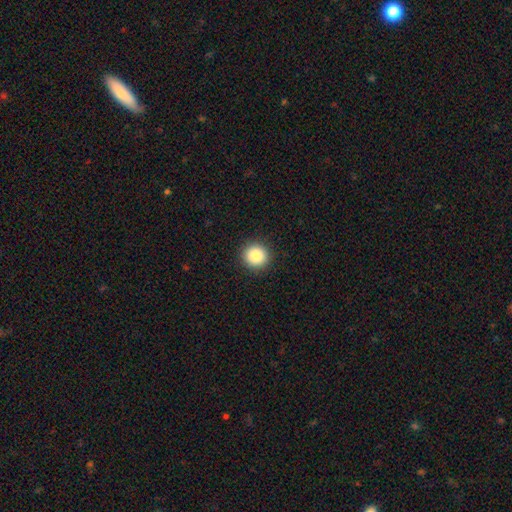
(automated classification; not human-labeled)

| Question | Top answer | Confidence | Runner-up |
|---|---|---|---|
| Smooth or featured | smooth | 87% | star or artifact (9%) |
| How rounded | round | 94% | in between (5%) |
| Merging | none | 92% | minor disturbance (5%) |